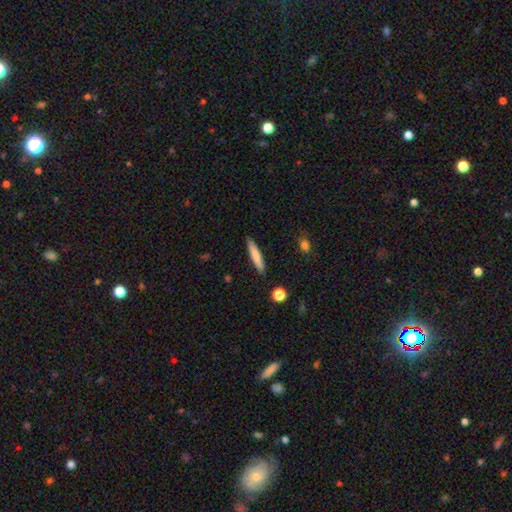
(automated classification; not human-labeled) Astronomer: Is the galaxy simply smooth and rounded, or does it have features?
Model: smooth — 77%.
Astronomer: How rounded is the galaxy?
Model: cigar-shaped — 91%.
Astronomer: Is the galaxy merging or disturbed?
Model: none — 89%.